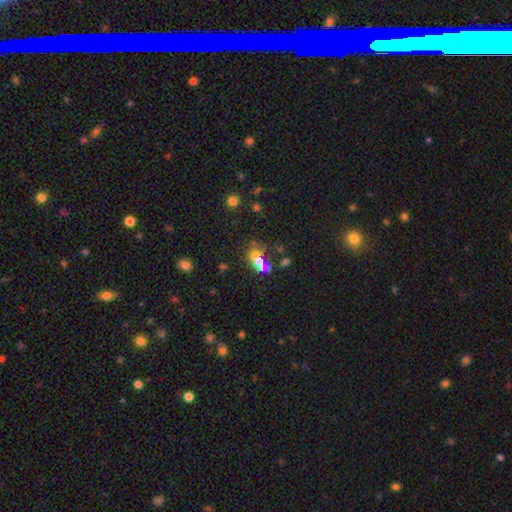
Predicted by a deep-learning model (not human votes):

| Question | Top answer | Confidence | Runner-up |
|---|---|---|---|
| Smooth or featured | smooth | 46% | featured or disk (29%) |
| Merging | merger | 50% | none (32%) |